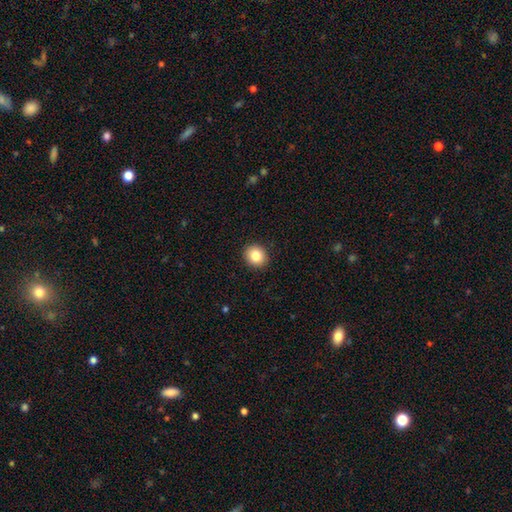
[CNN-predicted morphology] type=smooth (83%); roundness=round (81%); merging=none (92%).